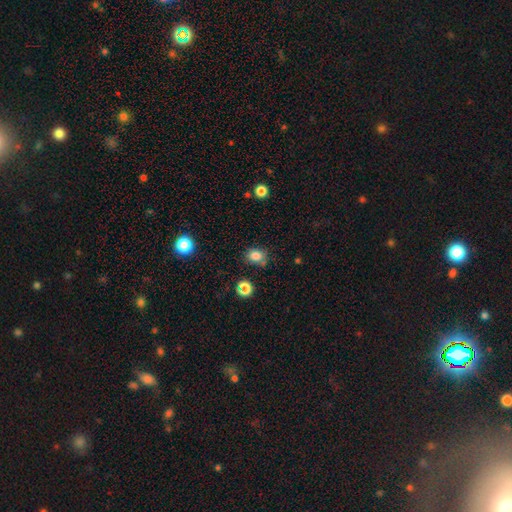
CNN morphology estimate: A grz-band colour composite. It shows a smooth galaxy with no disk features (81%) that is round (58%). Merging: none (71%).